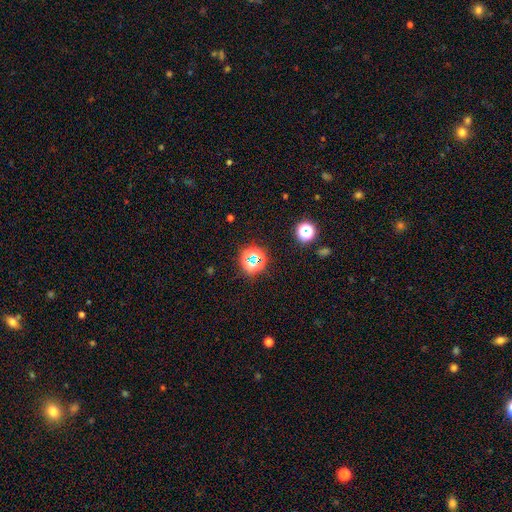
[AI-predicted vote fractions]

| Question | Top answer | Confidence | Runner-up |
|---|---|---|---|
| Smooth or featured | star or artifact | 65% | smooth (26%) |